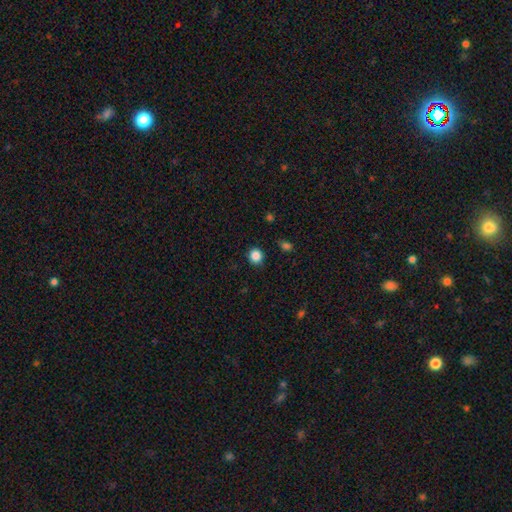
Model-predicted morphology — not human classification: Smooth or featured?
  - smooth: 86% *
  - star or artifact: 11%
  - featured or disk: 3%
How rounded?
  - round: 91% *
  - in between: 8%
  - cigar-shaped: 1%
Merging?
  - none: 88% *
  - minor disturbance: 8%
  - major disturbance: 2%
  - merger: 1%